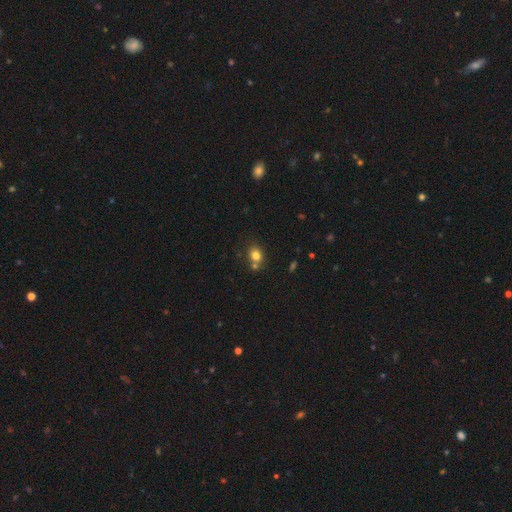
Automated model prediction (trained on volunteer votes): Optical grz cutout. It shows a smooth galaxy with no disk features (79%) that is round (60%). Merging: none (60%).